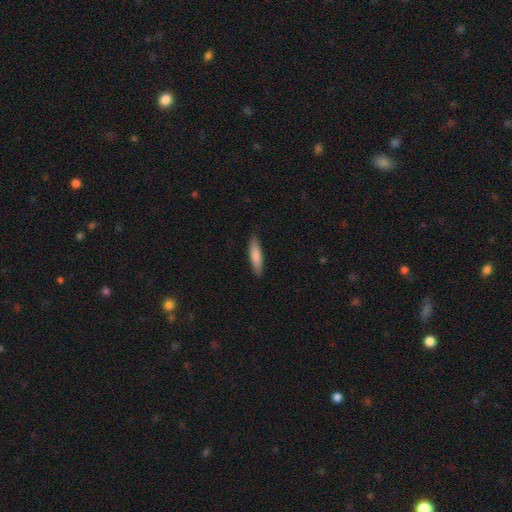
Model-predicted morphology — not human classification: Smooth or featured? Predicted: smooth (p=0.81). How rounded? Predicted: cigar-shaped (p=0.75). Merging? Predicted: none (p=0.88).